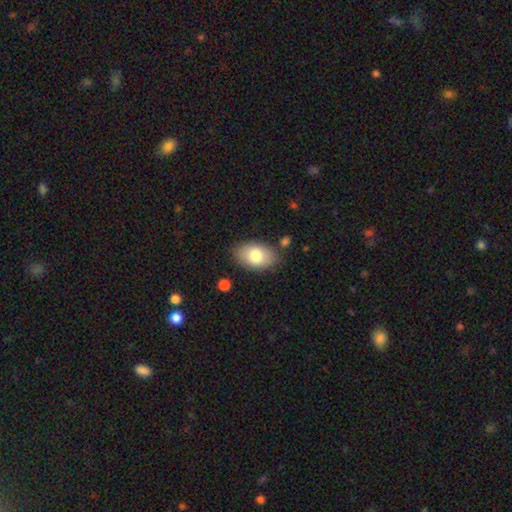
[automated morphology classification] smooth-or-featured: smooth: 79% | featured or disk: 14% | star or artifact: 7%
  how-rounded: in between: 91% | round: 8% | cigar-shaped: 1%
  merging: none: 82% | minor disturbance: 12% | major disturbance: 3% | merger: 3%